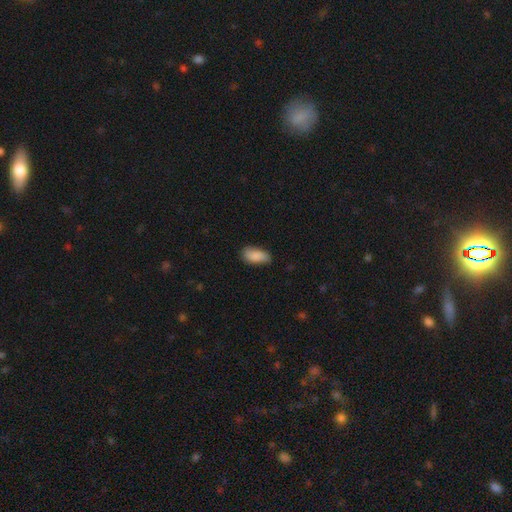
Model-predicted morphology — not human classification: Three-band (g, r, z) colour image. It shows a smooth galaxy with no disk features (87%) that is in between round and cigar-shaped (91%). Merging: none (74%).